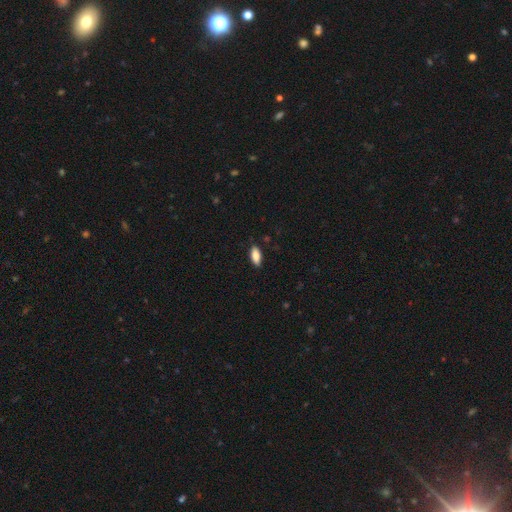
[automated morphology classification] Smooth or featured? smooth (85%)
How rounded? in between (86%)
Merging? none (85%)